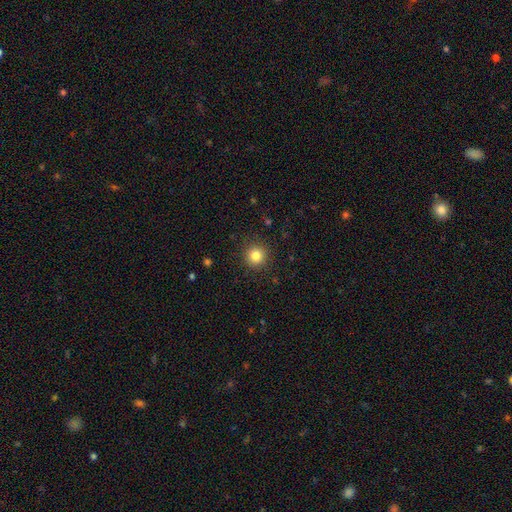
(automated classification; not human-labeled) This is clearly a smooth galaxy (83%). How rounded: clearly round (94%). Merging: clearly none (90%).